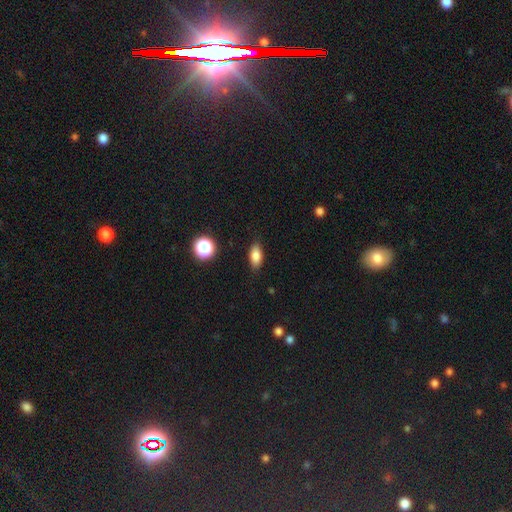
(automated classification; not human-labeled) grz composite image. It shows a smooth galaxy with no disk features (83%) that is in between round and cigar-shaped (85%). Merging: none (86%).